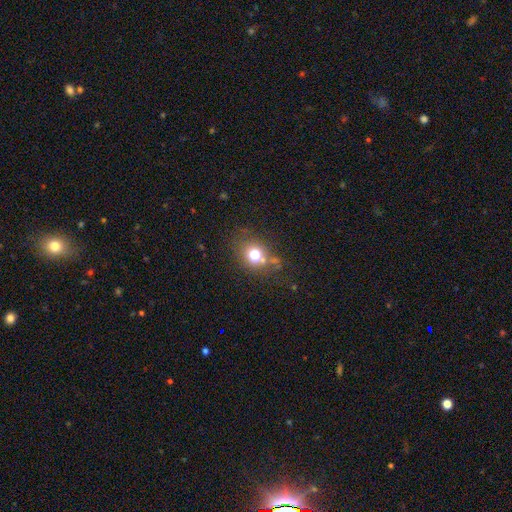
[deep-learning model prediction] Morphology: type=smooth (67%); roundness=round (72%); merging=none (63%).